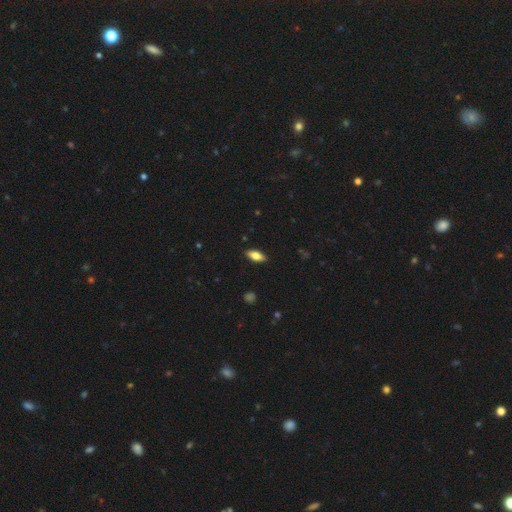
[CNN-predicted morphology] Smooth or featured? smooth (77%)
How rounded? in between (83%)
Merging? none (88%)